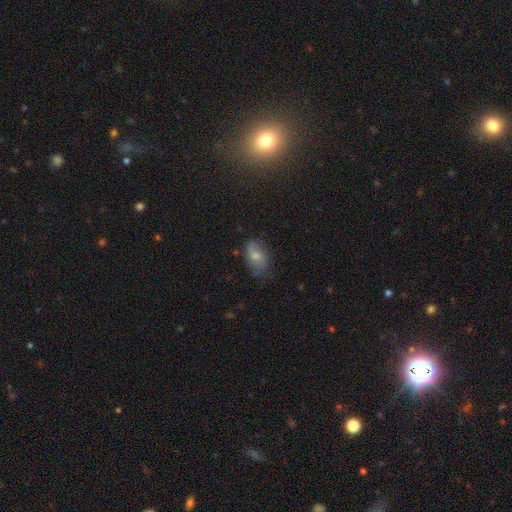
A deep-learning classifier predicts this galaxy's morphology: Smooth or featured?
  - smooth: 62% *
  - featured or disk: 29%
  - star or artifact: 9%
How rounded?
  - in between: 89% *
  - round: 9%
  - cigar-shaped: 2%
Merging?
  - none: 60% *
  - minor disturbance: 29%
  - major disturbance: 10%
  - merger: 2%